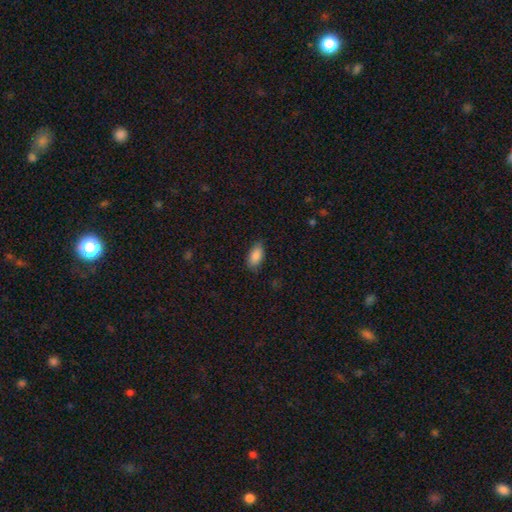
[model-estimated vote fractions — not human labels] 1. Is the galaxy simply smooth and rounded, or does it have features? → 87% smooth, 7% star or artifact, 6% featured or disk.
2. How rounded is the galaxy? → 92% in between, 5% cigar-shaped, 3% round.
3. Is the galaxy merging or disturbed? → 81% none, 15% minor disturbance, 3% major disturbance, 1% merger.